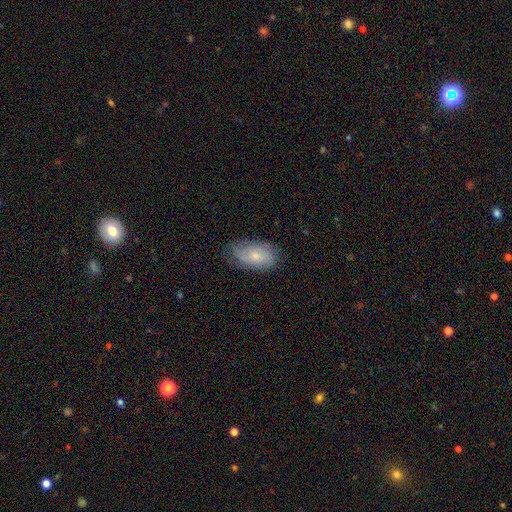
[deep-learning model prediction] The model was most divided on "smooth or featured": smooth: 59%, featured or disk: 34%, star or artifact: 7%. More confident: how rounded — in between (92%); merging — none (69%).